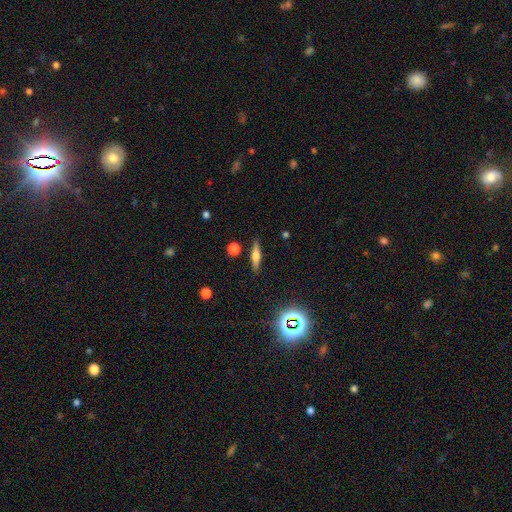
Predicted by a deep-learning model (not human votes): Smooth or featured? smooth (47%)
Merging? none (86%)